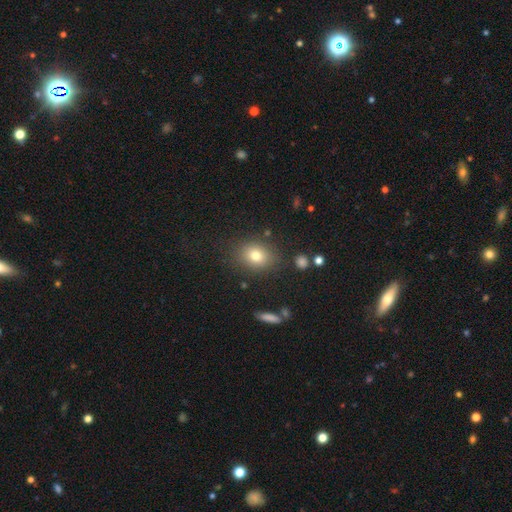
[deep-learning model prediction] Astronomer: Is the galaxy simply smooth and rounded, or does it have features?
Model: smooth — 77%.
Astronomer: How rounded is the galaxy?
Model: round — 52% (runner-up: in between, 47%).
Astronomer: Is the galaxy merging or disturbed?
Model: none — 83%.